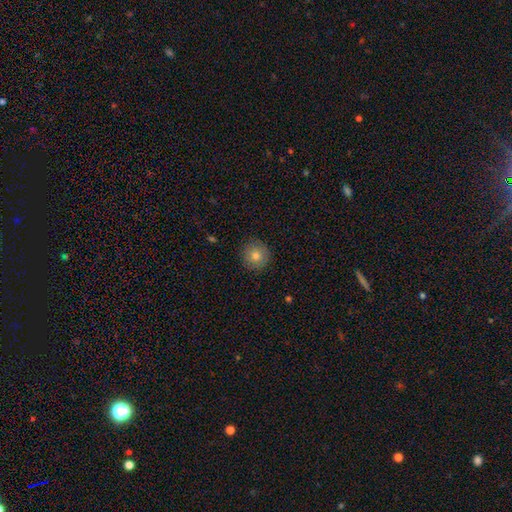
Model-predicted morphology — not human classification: A smooth galaxy with no disk features (79%) that is round (95%).

Vote fractions:
- Smooth or featured? smooth: 79% / star or artifact: 11% / featured or disk: 10%
- How rounded? round: 95% / in between: 4% / cigar-shaped: 1%
- Merging? none: 91% / minor disturbance: 6% / major disturbance: 2% / merger: 1%